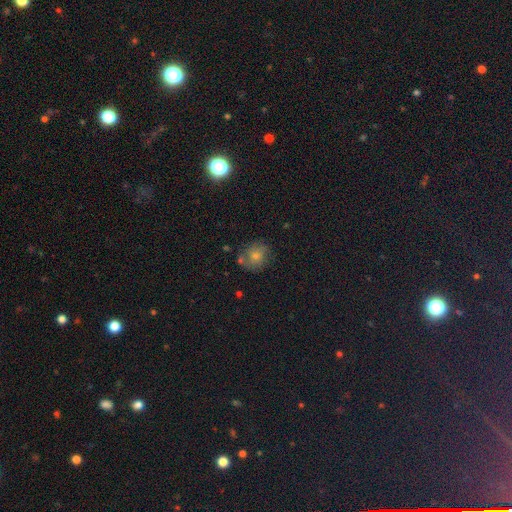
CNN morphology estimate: Smooth or featured? smooth (69%)
How rounded? round (75%)
Merging? none (65%)